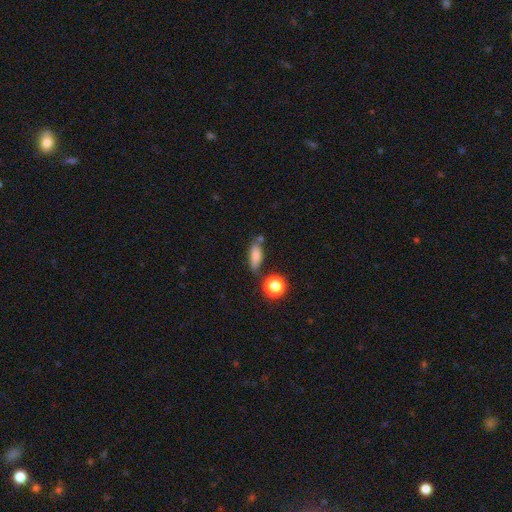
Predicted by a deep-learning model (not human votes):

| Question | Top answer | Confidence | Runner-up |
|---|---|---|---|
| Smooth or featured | smooth | 78% | star or artifact (11%) |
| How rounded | in between | 62% | cigar-shaped (31%) |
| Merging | none | 67% | minor disturbance (18%) |